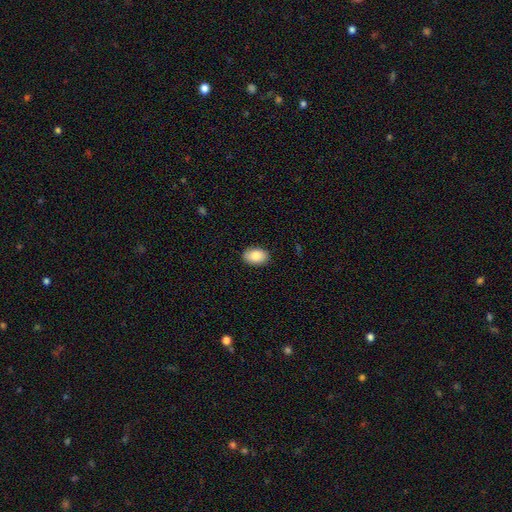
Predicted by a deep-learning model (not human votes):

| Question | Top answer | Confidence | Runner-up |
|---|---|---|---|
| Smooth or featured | smooth | 85% | featured or disk (8%) |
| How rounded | in between | 88% | round (10%) |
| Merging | none | 88% | minor disturbance (9%) |